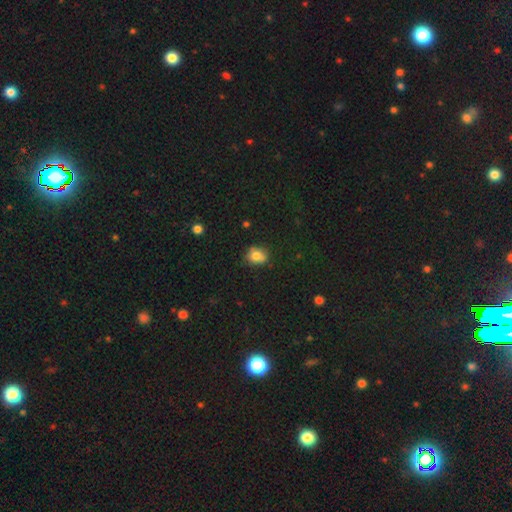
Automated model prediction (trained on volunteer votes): A smooth galaxy with no disk features (80%) that is round (61%).

Vote fractions:
- Smooth or featured? smooth: 80% / star or artifact: 11% / featured or disk: 9%
- How rounded? round: 61% / in between: 38% / cigar-shaped: 1%
- Merging? none: 73% / minor disturbance: 21% / major disturbance: 4% / merger: 2%